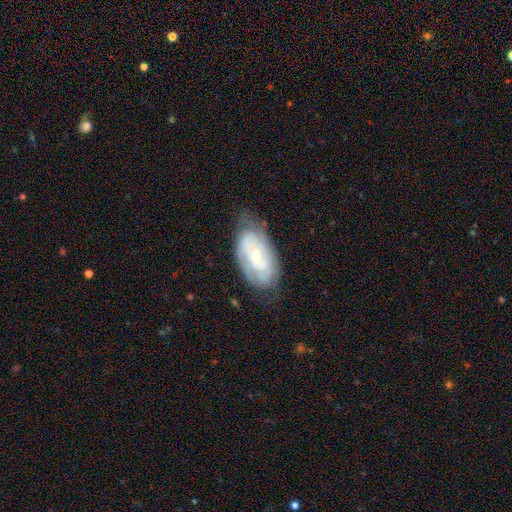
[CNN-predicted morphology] A featured or disk galaxy (70%) with no bar (55%), 2 (43%) tight (57%) spiral arms (87%) and a small central bulge (57%). Merging: none (67%).